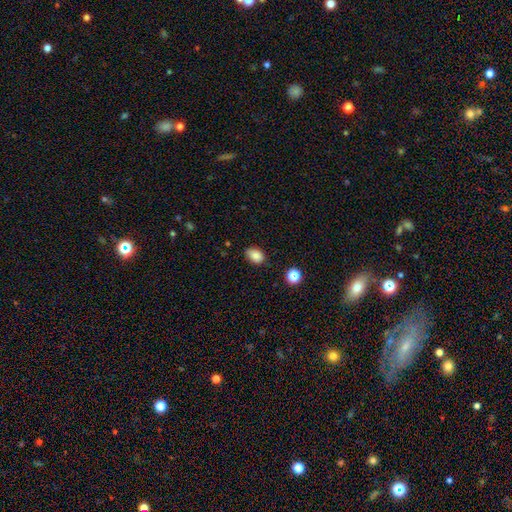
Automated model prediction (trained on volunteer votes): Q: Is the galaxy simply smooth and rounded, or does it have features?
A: smooth — 85%.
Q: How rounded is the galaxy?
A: in between — 80%.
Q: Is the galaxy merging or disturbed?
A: none — 77%.